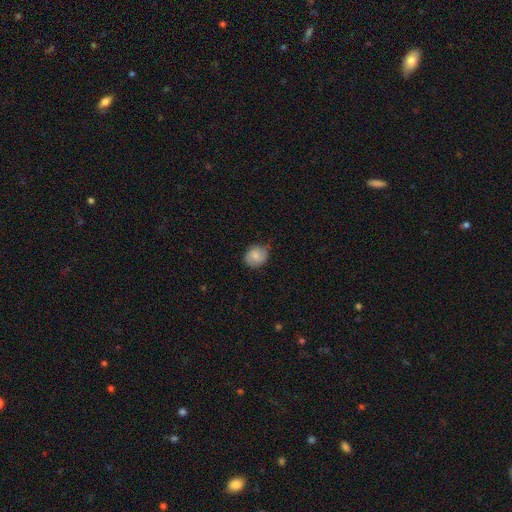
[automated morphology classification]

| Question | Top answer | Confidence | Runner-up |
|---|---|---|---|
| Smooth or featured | smooth | 72% | featured or disk (20%) |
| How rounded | round | 71% | in between (28%) |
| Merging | none | 74% | minor disturbance (21%) |